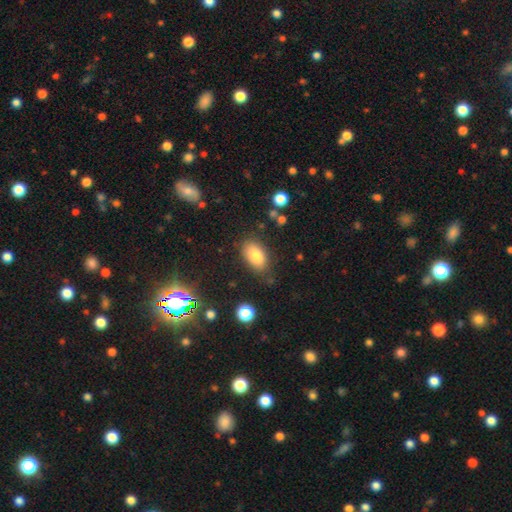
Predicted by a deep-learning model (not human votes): A smooth galaxy with no disk features (81%) that is in between round and cigar-shaped (90%).

Vote fractions:
- Smooth or featured? smooth: 81% / featured or disk: 11% / star or artifact: 9%
- How rounded? in between: 90% / round: 7% / cigar-shaped: 2%
- Merging? none: 77% / minor disturbance: 16% / major disturbance: 4% / merger: 3%